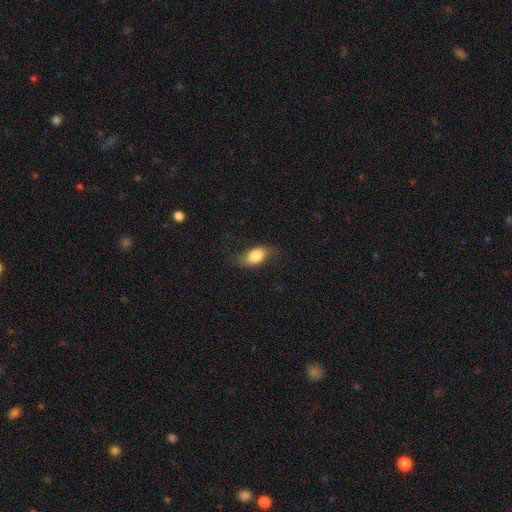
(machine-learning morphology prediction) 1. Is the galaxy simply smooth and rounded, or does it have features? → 72% smooth, 20% featured or disk, 8% star or artifact.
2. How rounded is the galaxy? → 84% in between, 11% round, 5% cigar-shaped.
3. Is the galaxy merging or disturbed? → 67% none, 21% minor disturbance, 10% major disturbance, 1% merger.